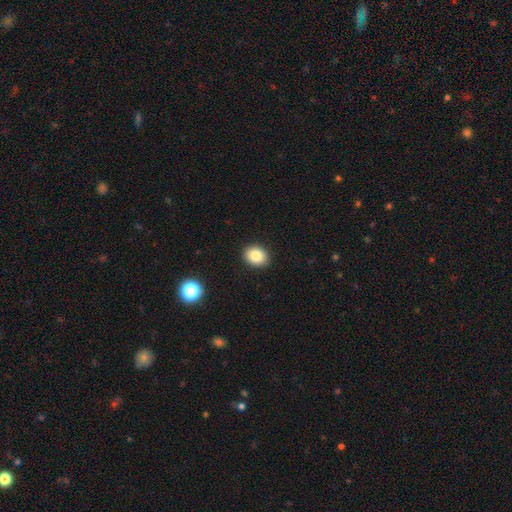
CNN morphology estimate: Q: Smooth or featured?
A: smooth (85%); runner-up: star or artifact (9%)
Q: How rounded?
A: in between (55%); runner-up: round (44%)
Q: Merging?
A: none (90%); runner-up: minor disturbance (7%)